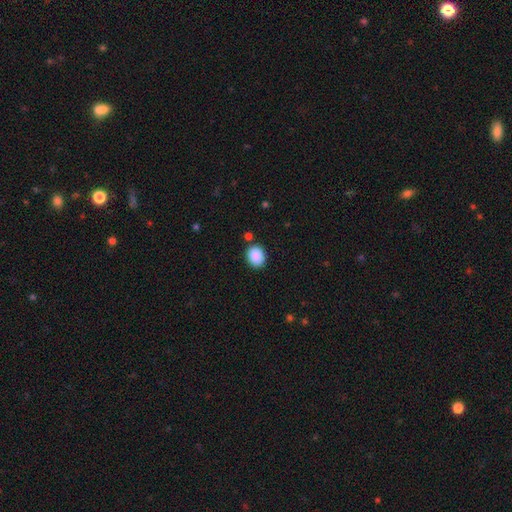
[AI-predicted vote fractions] smooth-or-featured: smooth: 89% | star or artifact: 8% | featured or disk: 3%
  how-rounded: round: 51% | in between: 48% | cigar-shaped: 1%
  merging: none: 84% | minor disturbance: 10% | merger: 4% | major disturbance: 3%